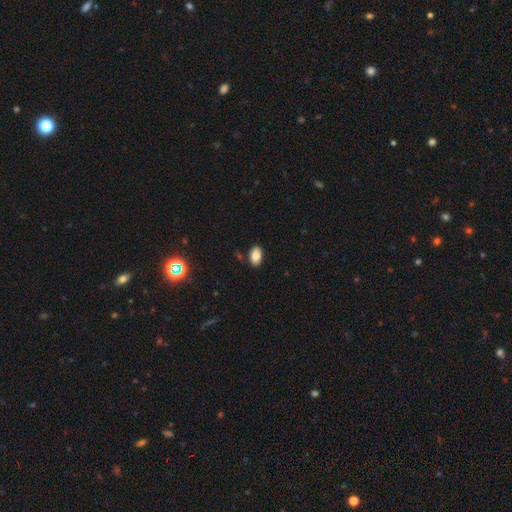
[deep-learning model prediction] smooth 85%, star or artifact 9%, featured or disk 6%. Down the decision tree: how rounded — in between (92%); merging — none (87%).